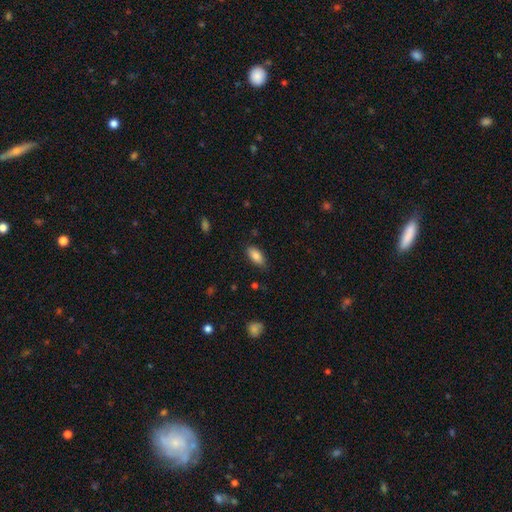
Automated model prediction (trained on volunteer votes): Smooth or featured?
  - smooth: 86% *
  - star or artifact: 7%
  - featured or disk: 7%
How rounded?
  - in between: 88% *
  - cigar-shaped: 9%
  - round: 2%
Merging?
  - none: 82% *
  - minor disturbance: 14%
  - major disturbance: 3%
  - merger: 1%